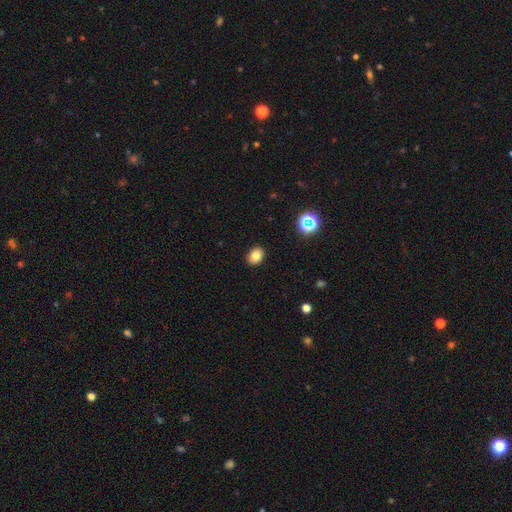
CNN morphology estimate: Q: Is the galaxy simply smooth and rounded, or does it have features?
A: smooth — 81%.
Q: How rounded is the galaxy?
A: in between — 59%.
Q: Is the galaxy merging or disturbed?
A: none — 90%.